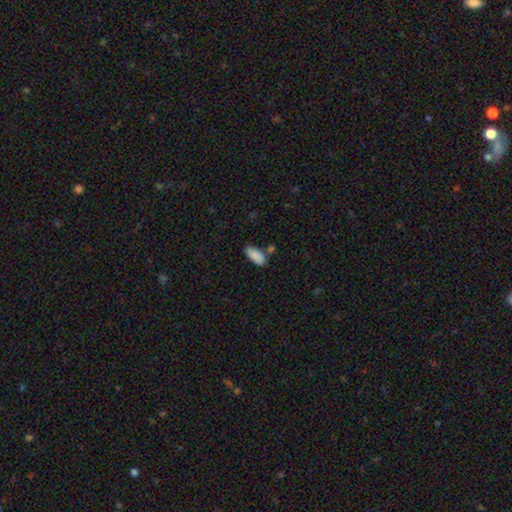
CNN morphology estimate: Smooth or featured? smooth (89%)
How rounded? in between (86%)
Merging? none (72%)